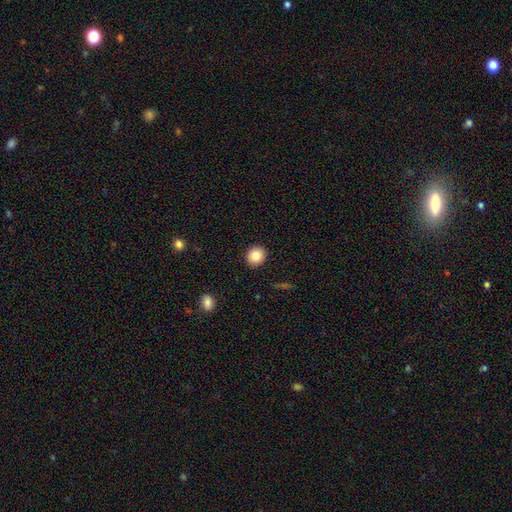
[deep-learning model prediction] Smooth or featured: smooth — 84% (star or artifact — 9%)
How rounded: round — 86% (in between — 13%)
Merging: none — 92% (minor disturbance — 5%)